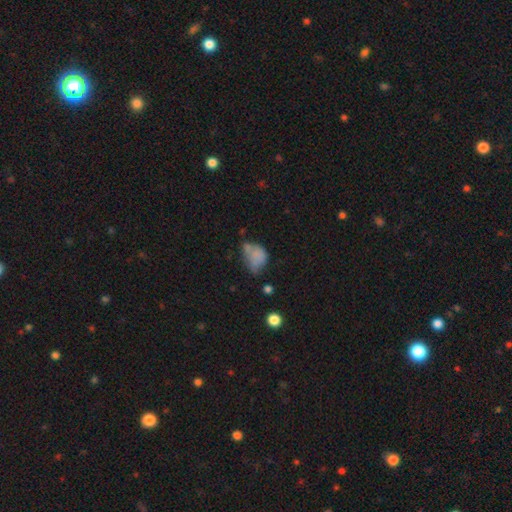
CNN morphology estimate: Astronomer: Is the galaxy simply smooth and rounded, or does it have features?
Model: smooth — 68%.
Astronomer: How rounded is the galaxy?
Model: in between — 71%.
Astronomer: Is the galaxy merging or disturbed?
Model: minor disturbance — 35% (runner-up: none, 27%).